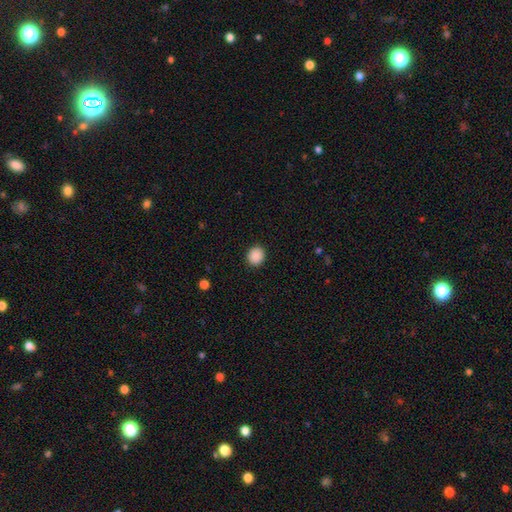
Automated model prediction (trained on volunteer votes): The model was most divided on "how rounded": round: 81%, in between: 19%, cigar-shaped: 1%. More confident: merging — none (91%); smooth or featured — smooth (89%).